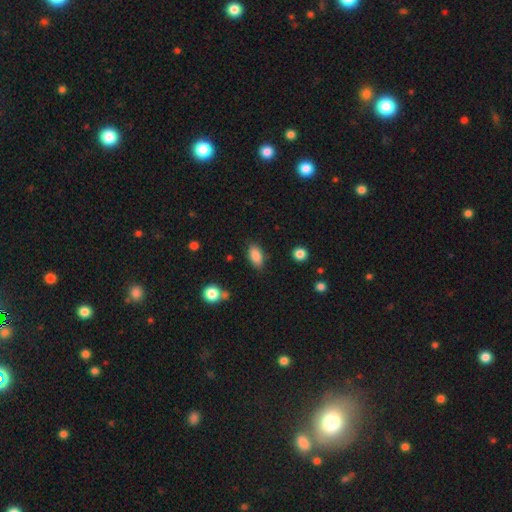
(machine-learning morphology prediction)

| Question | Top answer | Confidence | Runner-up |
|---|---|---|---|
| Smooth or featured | smooth | 86% | star or artifact (8%) |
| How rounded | in between | 90% | cigar-shaped (6%) |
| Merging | none | 80% | minor disturbance (14%) |